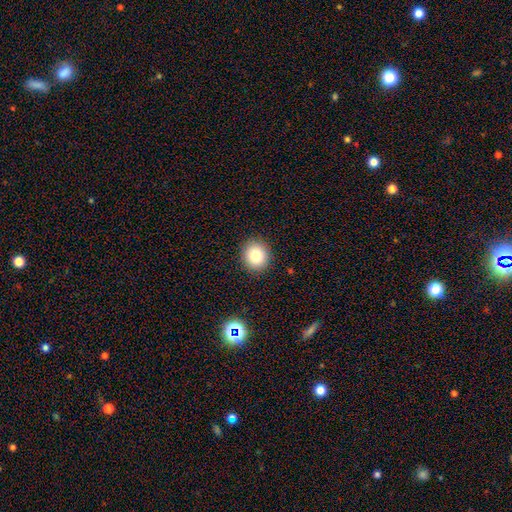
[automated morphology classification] This appears to be a smooth galaxy with no disk features (82%) that is round (83%). Merging: none (90%).